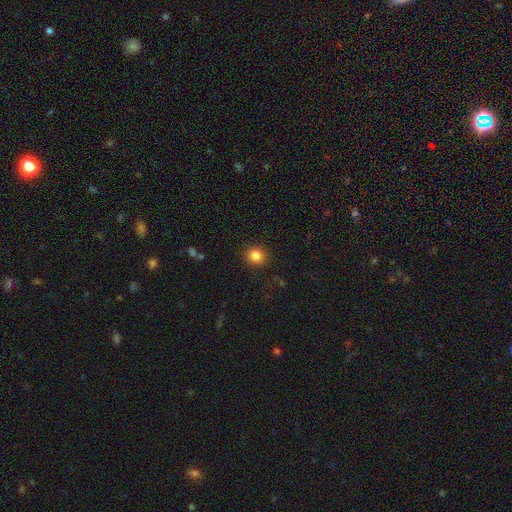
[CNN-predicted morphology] Smooth or featured: smooth — 85% (star or artifact — 11%)
How rounded: round — 88% (in between — 12%)
Merging: none — 90% (minor disturbance — 7%)